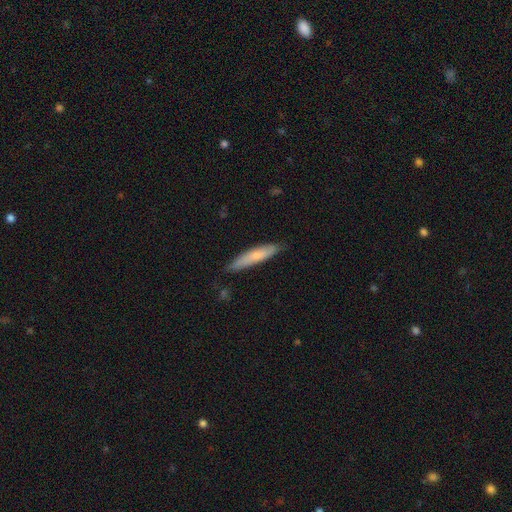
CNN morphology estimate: This is likely a smooth galaxy (70%). How rounded: clearly cigar-shaped (88%). Merging: clearly none (81%).